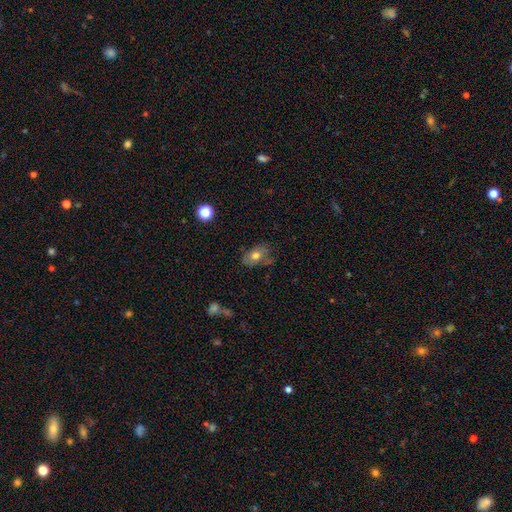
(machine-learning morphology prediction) smooth-or-featured: smooth: 71% | featured or disk: 19% | star or artifact: 9%
  how-rounded: in between: 83% | round: 15% | cigar-shaped: 2%
  merging: none: 65% | minor disturbance: 25% | major disturbance: 7% | merger: 4%